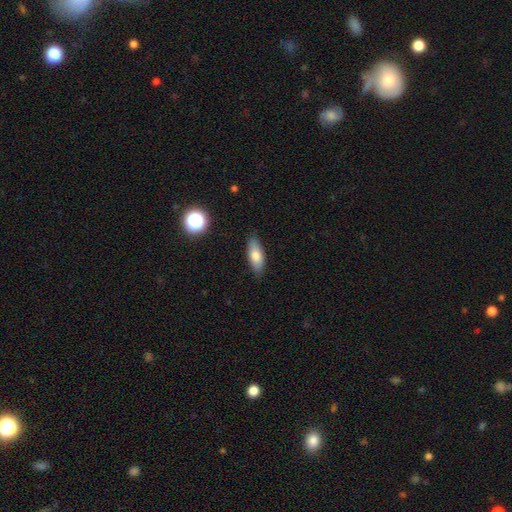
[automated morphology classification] A smooth galaxy with no disk features (75%) that is in between round and cigar-shaped (73%).

Vote fractions:
- Smooth or featured? smooth: 75% / featured or disk: 17% / star or artifact: 7%
- How rounded? in between: 73% / cigar-shaped: 24% / round: 3%
- Merging? none: 85% / minor disturbance: 11% / major disturbance: 2% / merger: 1%